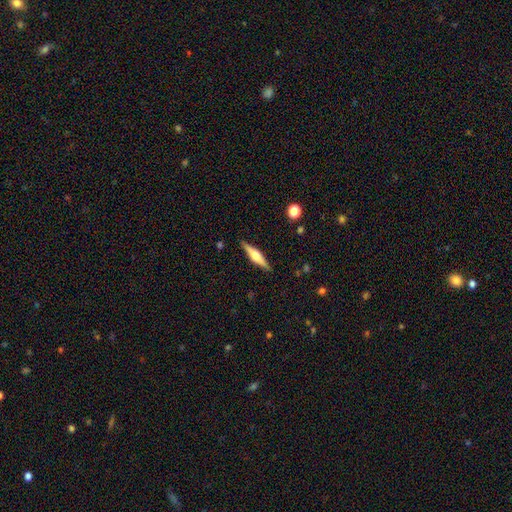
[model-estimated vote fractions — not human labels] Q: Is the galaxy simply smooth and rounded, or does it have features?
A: featured or disk — 63%.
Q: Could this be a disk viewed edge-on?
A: yes — 97%.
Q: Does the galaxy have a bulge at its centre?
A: rounded — 90%.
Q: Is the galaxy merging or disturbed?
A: none — 89%.